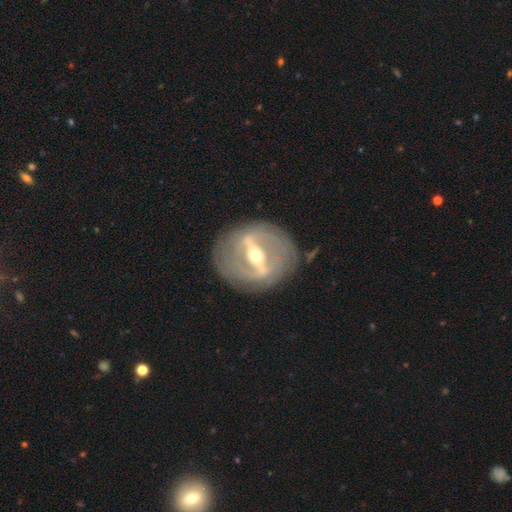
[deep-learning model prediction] Smooth or featured: featured or disk — 85% (smooth — 9%)
Edge-on disk: no — 84% (yes — 16%)
Bar: strong — 82% (weak — 14%)
Spiral arms: yes — 54% (no — 46%)
Bulge size: moderate — 63% (small — 31%)
Merging: none — 82% (minor disturbance — 11%)